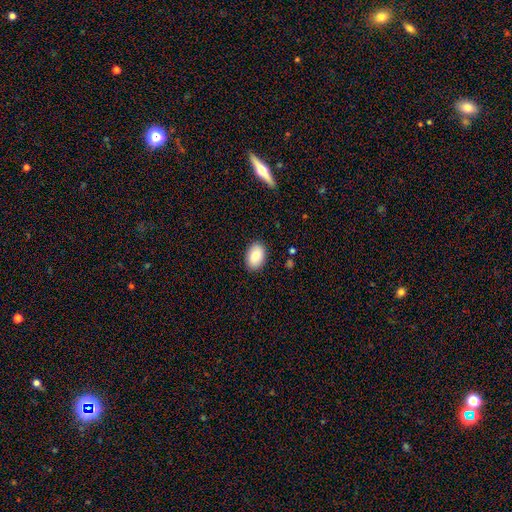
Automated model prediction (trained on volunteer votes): This appears to be a smooth galaxy with no disk features (82%) that is in between round and cigar-shaped (84%). Merging: none (88%).